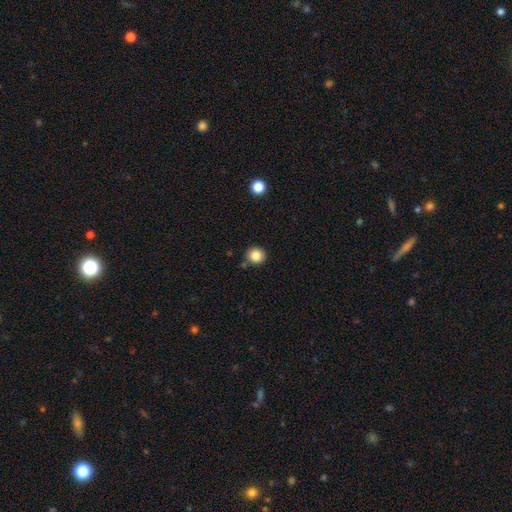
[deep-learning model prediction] Smooth or featured?
  - smooth: 84% *
  - star or artifact: 11%
  - featured or disk: 5%
How rounded?
  - round: 93% *
  - in between: 6%
  - cigar-shaped: 1%
Merging?
  - none: 86% *
  - minor disturbance: 8%
  - merger: 4%
  - major disturbance: 2%